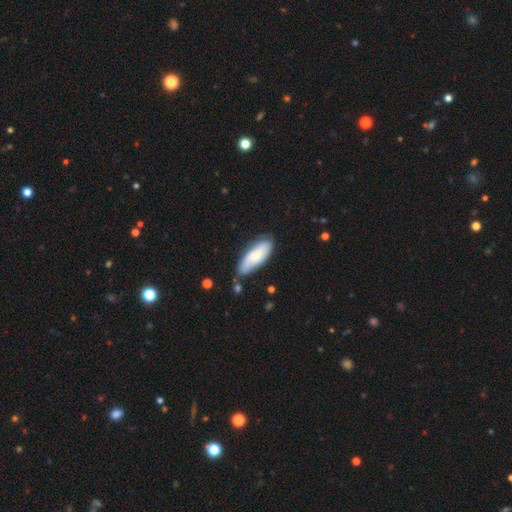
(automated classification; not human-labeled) A smooth galaxy with no disk features (60%) that is in between round and cigar-shaped (72%).

Vote fractions:
- Smooth or featured? smooth: 60% / featured or disk: 35% / star or artifact: 6%
- How rounded? in between: 72% / cigar-shaped: 26% / round: 2%
- Merging? none: 65% / minor disturbance: 25% / major disturbance: 5% / merger: 5%